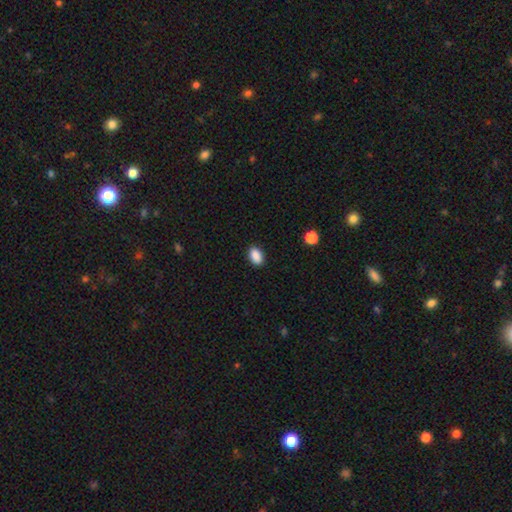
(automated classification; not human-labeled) This appears to be a smooth galaxy with no disk features (89%) that is in between round and cigar-shaped (89%). Merging: none (89%).